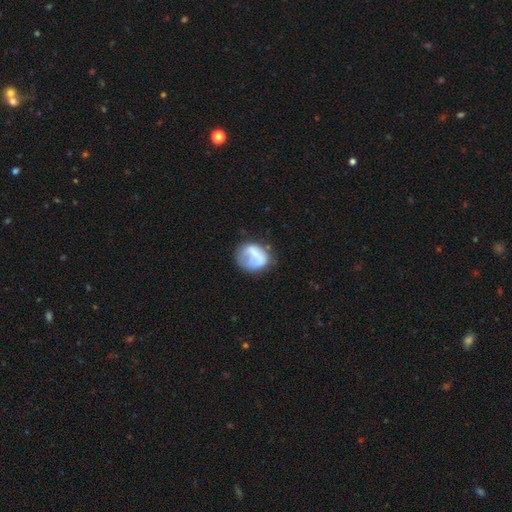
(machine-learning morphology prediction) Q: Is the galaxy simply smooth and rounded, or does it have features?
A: smooth — 58%.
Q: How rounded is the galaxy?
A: round — 66%.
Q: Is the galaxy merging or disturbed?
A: none — 45%.